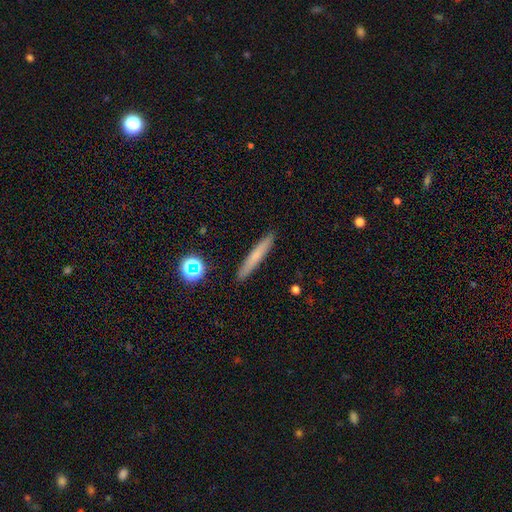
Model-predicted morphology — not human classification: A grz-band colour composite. It shows a smooth galaxy with no disk features (62%) that is cigar-shaped (94%). Merging: none (91%).